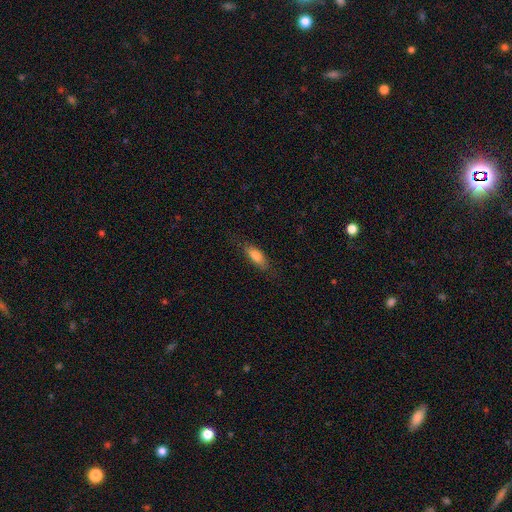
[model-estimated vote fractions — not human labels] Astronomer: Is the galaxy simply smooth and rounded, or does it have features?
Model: smooth — 76%.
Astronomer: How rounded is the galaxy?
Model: in between — 64%.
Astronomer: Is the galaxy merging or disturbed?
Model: none — 77%.